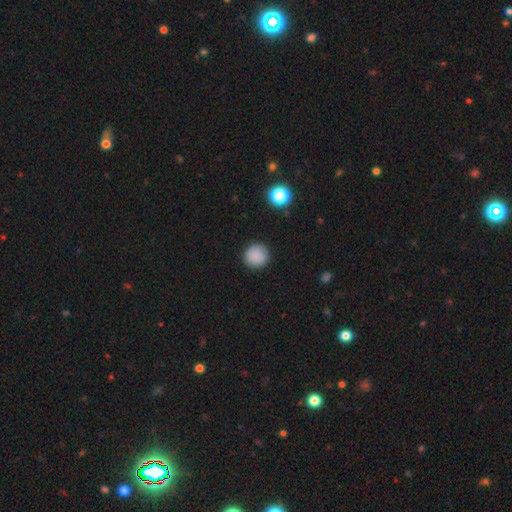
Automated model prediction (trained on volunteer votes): This appears to be a smooth galaxy with no disk features (87%) that is round (93%). Merging: none (91%).